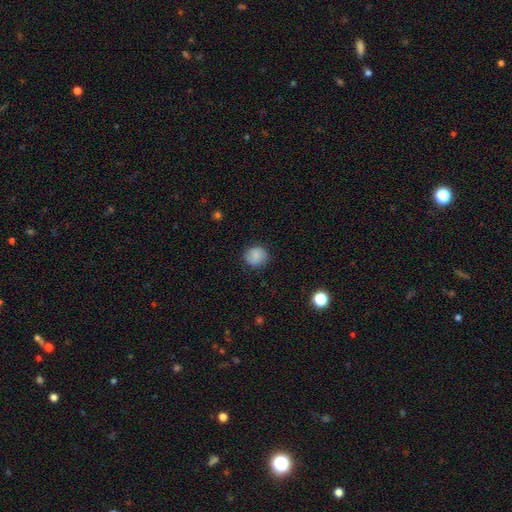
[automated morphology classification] A smooth galaxy with no disk features (86%) that is round (86%).

Vote fractions:
- Smooth or featured? smooth: 86% / star or artifact: 8% / featured or disk: 6%
- How rounded? round: 86% / in between: 13% / cigar-shaped: 1%
- Merging? none: 86% / minor disturbance: 11% / major disturbance: 3% / merger: 1%